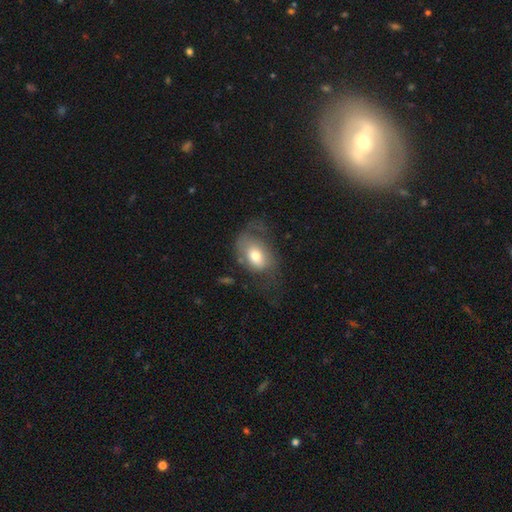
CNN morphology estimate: A smooth galaxy with no disk features (61%) that is in between round and cigar-shaped (79%). Merging: major disturbance (36%, tied with none).